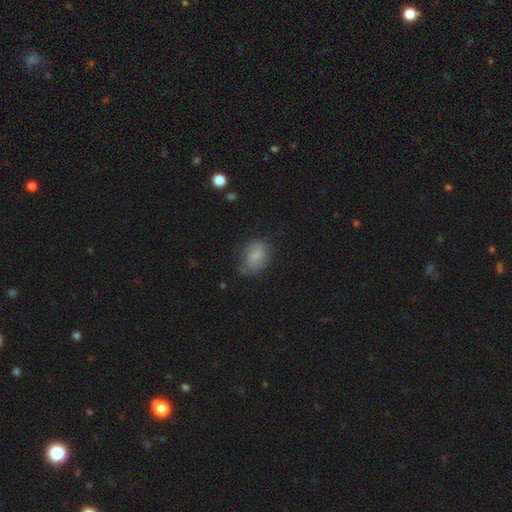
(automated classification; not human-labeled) Smooth or featured: smooth — 66% (featured or disk — 25%)
How rounded: in between — 63% (round — 36%)
Merging: none — 65% (minor disturbance — 25%)